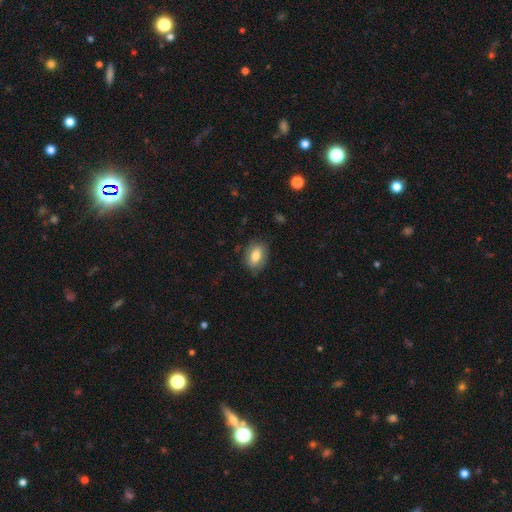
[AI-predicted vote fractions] This appears to be a smooth galaxy with no disk features (76%) that is in between round and cigar-shaped (85%). Merging: none (79%).